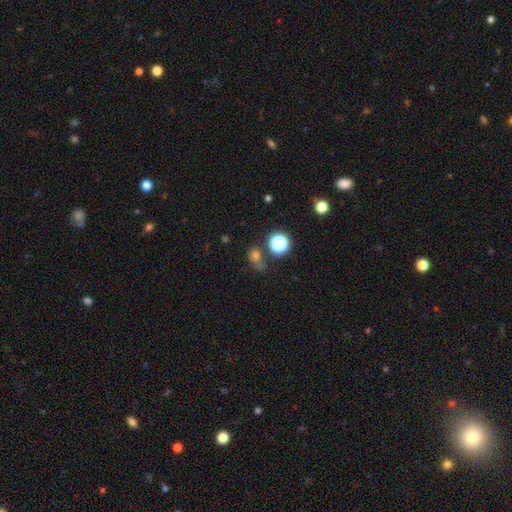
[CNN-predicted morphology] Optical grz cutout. It shows a smooth galaxy with no disk features (66%) that is round (63%). Merging: none (51%).